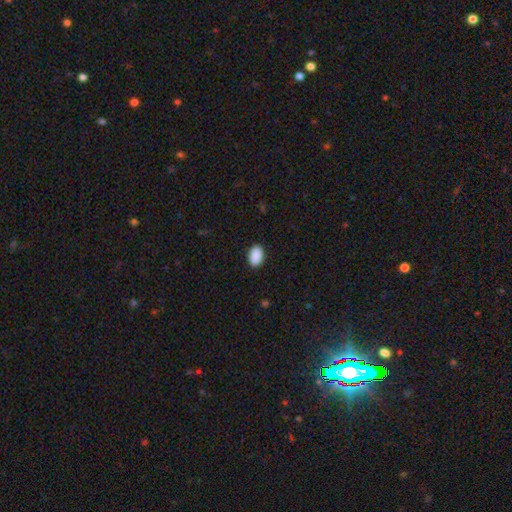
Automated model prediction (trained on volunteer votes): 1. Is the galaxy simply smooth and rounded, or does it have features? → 91% smooth, 7% star or artifact, 2% featured or disk.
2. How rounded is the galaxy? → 89% in between, 10% round, 1% cigar-shaped.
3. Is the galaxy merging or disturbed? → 89% none, 8% minor disturbance, 2% major disturbance, 1% merger.